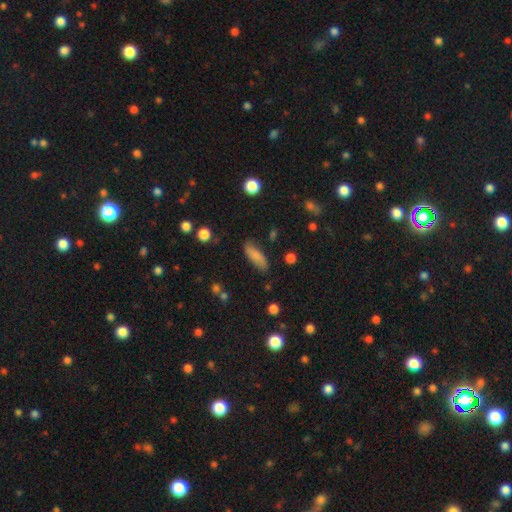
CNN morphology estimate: Q: Smooth or featured?
A: smooth (77%); runner-up: featured or disk (16%)
Q: How rounded?
A: in between (63%); runner-up: cigar-shaped (34%)
Q: Merging?
A: none (76%); runner-up: minor disturbance (18%)